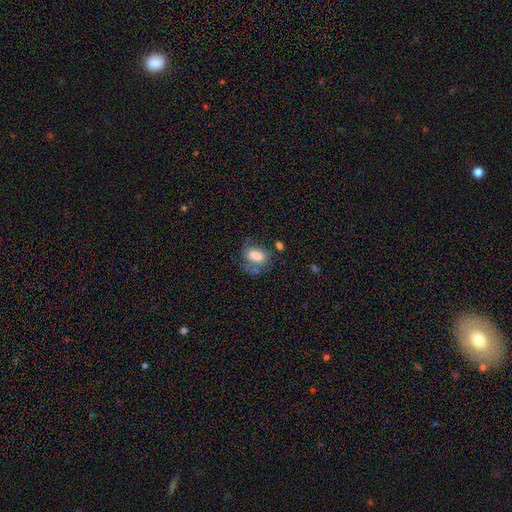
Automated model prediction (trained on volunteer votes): Q: Smooth or featured?
A: smooth (71%); runner-up: featured or disk (20%)
Q: How rounded?
A: in between (84%); runner-up: round (13%)
Q: Merging?
A: none (45%); runner-up: minor disturbance (27%)